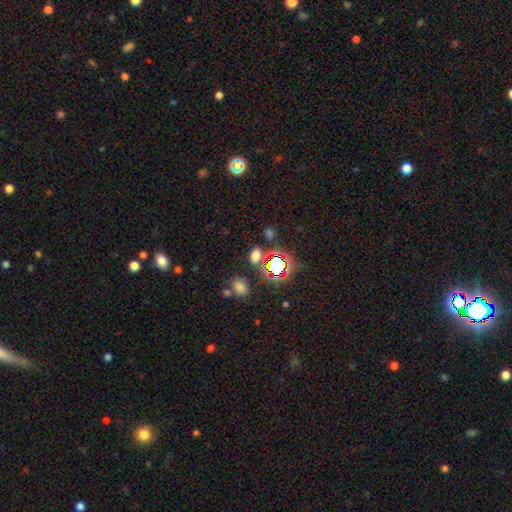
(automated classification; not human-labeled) Q: Smooth or featured?
A: smooth (58%); runner-up: star or artifact (34%)
Q: How rounded?
A: in between (74%); runner-up: round (23%)
Q: Merging?
A: none (74%); runner-up: minor disturbance (12%)